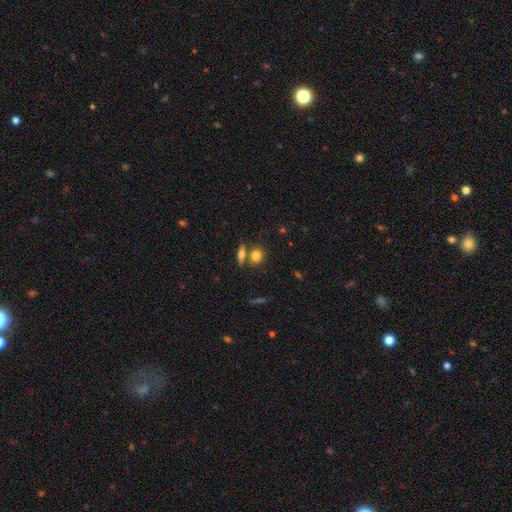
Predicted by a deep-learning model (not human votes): This appears to be a smooth galaxy with no disk features (77%) that is round (68%). Merging: none (65%).